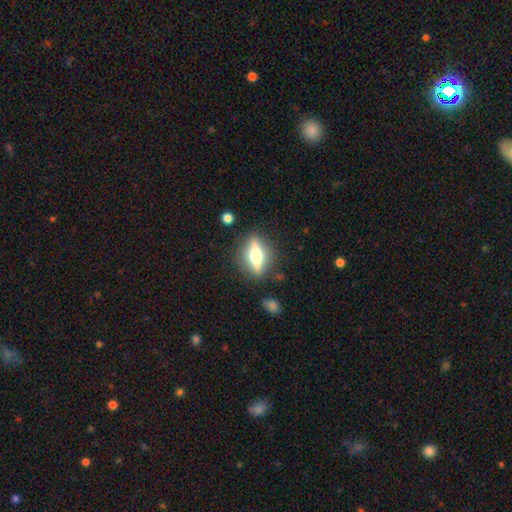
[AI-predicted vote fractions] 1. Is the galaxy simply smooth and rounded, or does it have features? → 64% featured or disk, 28% smooth, 8% star or artifact.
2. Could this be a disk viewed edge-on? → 87% yes, 13% no.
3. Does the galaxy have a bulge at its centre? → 95% rounded, 4% boxy, 2% none.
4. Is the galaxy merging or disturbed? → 84% none, 10% minor disturbance, 4% major disturbance, 2% merger.